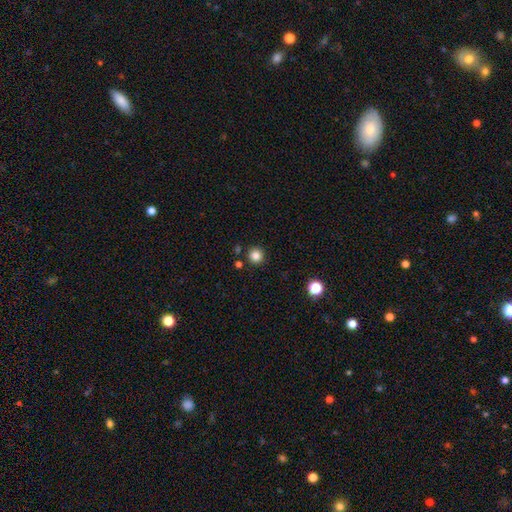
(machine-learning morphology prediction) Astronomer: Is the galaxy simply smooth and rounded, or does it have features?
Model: smooth — 83%.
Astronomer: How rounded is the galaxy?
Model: round — 95%.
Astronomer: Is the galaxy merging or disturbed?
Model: none — 89%.